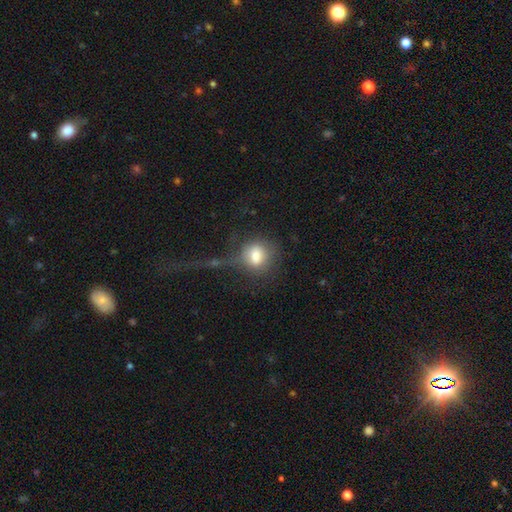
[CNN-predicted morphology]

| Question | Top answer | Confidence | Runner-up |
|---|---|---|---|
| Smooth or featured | smooth | 74% | featured or disk (16%) |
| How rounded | round | 72% | in between (26%) |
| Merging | none | 47% | major disturbance (29%) |